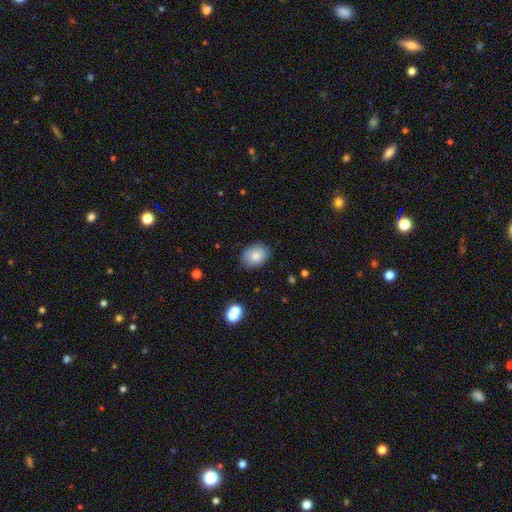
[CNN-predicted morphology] Smooth or featured? Predicted: smooth (p=0.82). How rounded? Predicted: in between (p=0.74). Merging? Predicted: none (p=0.84).